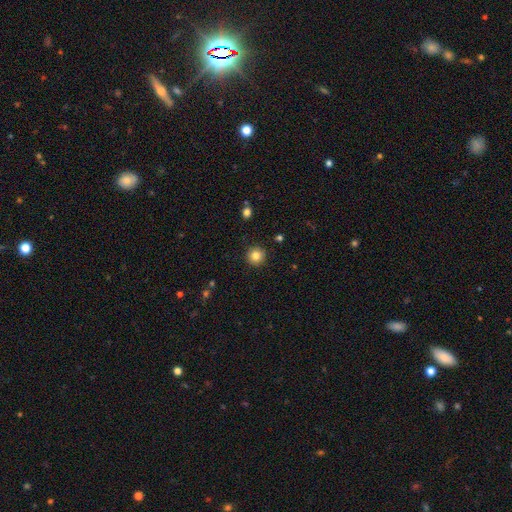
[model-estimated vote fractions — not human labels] smooth 83%, star or artifact 11%, featured or disk 6%. Down the decision tree: how rounded — round (95%); merging — none (91%).